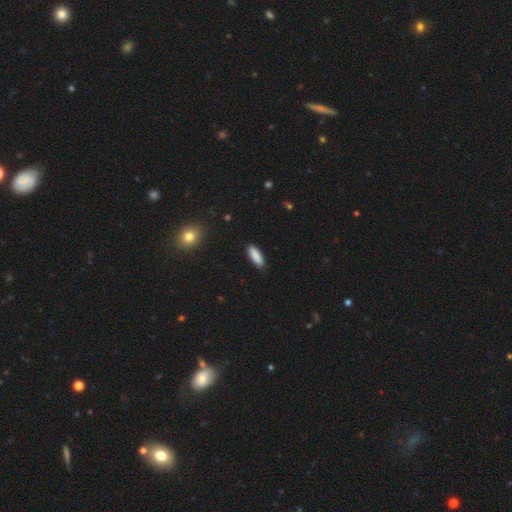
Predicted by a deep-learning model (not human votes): smooth_or_featured: smooth (p=0.89) [alt: star or artifact p=0.06]
how_rounded: in between (p=0.65) [alt: cigar-shaped p=0.33]
merging: none (p=0.89) [alt: minor disturbance p=0.09]